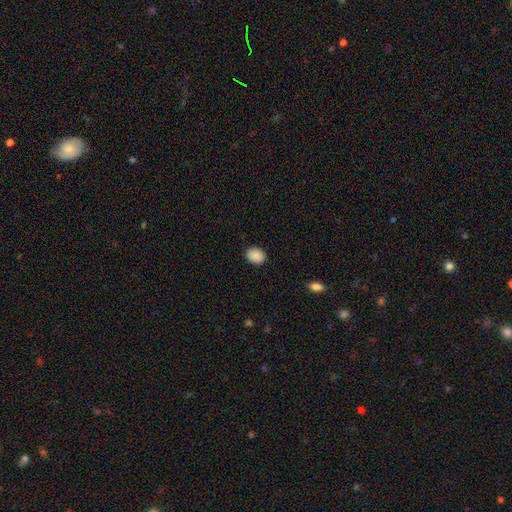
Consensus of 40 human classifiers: This is clearly a smooth galaxy (98%). How rounded: possibly in between (51%). Merging: likely none (77%).